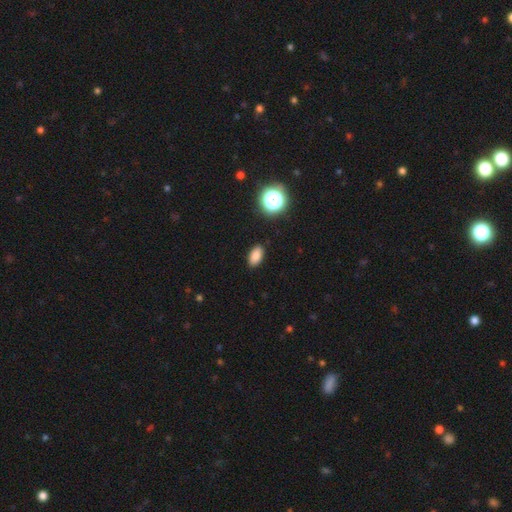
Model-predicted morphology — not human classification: smooth 83%, star or artifact 12%, featured or disk 5%. Down the decision tree: how rounded — in between (91%); merging — none (89%).